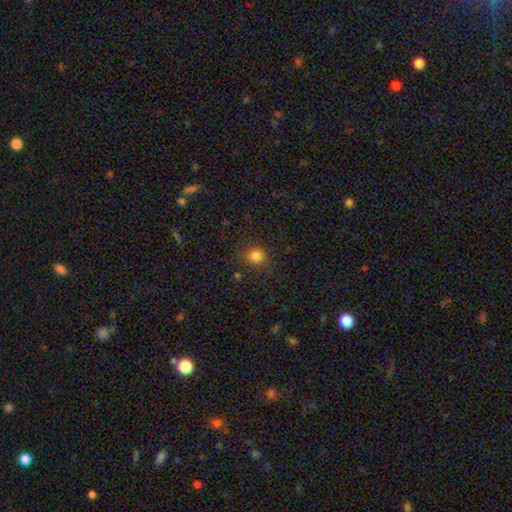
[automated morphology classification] Q: Smooth or featured?
A: smooth (81%); runner-up: star or artifact (14%)
Q: How rounded?
A: round (87%); runner-up: in between (12%)
Q: Merging?
A: none (78%); runner-up: minor disturbance (14%)